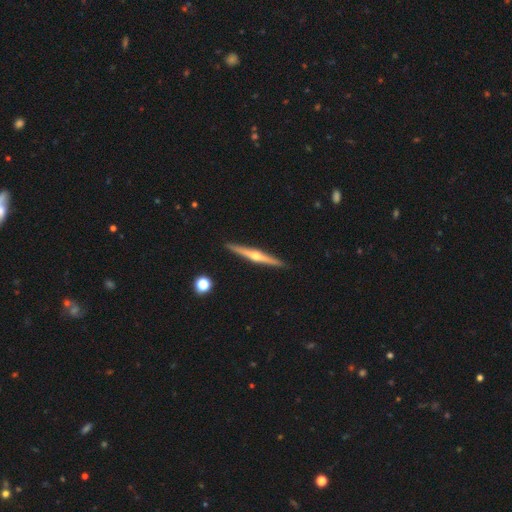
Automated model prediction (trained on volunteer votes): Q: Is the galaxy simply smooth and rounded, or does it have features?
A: featured or disk — 79%.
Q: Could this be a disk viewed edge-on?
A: yes — 98%.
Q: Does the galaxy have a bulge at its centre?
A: rounded — 93%.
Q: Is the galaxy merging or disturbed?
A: none — 92%.